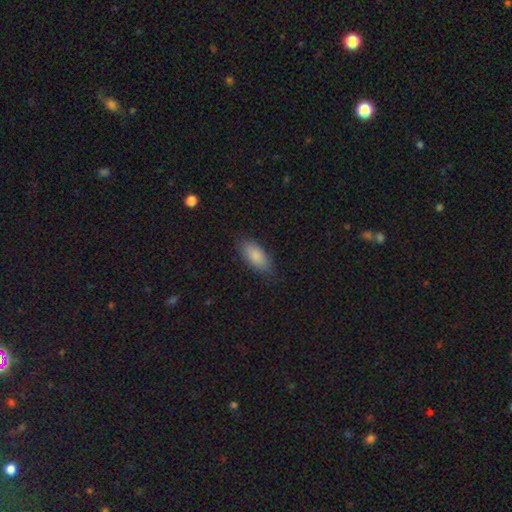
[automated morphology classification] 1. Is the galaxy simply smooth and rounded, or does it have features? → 86% smooth, 7% featured or disk, 7% star or artifact.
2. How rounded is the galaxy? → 88% in between, 10% cigar-shaped, 2% round.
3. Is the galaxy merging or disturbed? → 81% none, 14% minor disturbance, 3% major disturbance, 1% merger.